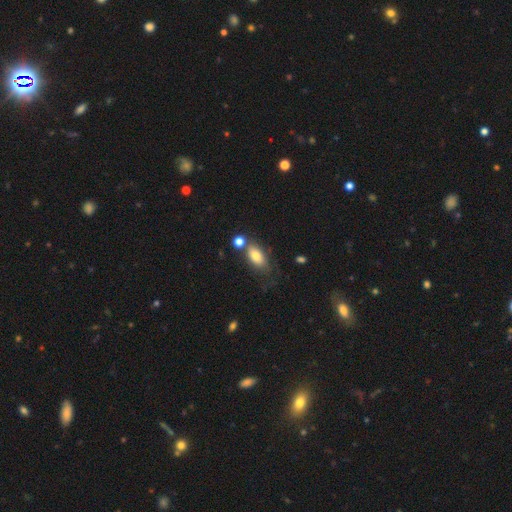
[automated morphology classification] The model was most divided on "merging": none: 53%, merger: 19%, minor disturbance: 19%, major disturbance: 9%. More confident: how rounded — in between (87%); smooth or featured — smooth (77%).